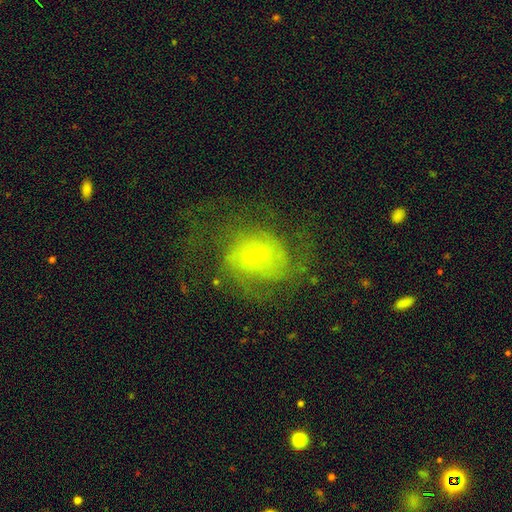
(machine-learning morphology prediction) A featured or disk galaxy (71%) with a weak bar (49%), 2 (38%) medium (43%) spiral arms (80%) and a small central bulge (49%).

Vote fractions:
- Smooth or featured? featured or disk: 71% / smooth: 18% / star or artifact: 11%
- Edge-on disk? no: 95% / yes: 5%
- Bar? weak: 49% / strong: 34% / no: 16%
- Spiral arms? yes: 80% / no: 20%
- Spiral winding? medium: 43% / tight: 35% / loose: 22%
- Spiral arm count? 2: 38% / can't tell: 37% / 3: 11% / 1: 6% / 4: 5% / more than 4: 4%
- Bulge size? small: 49% / none: 23% / moderate: 22% / large: 5% / dominant: 1%
- Merging? none: 53% / major disturbance: 25% / minor disturbance: 18% / merger: 3%